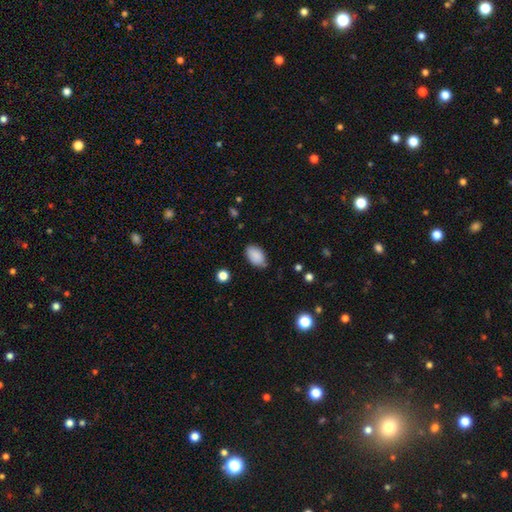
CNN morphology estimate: Smooth or featured: smooth — 89% (star or artifact — 7%)
How rounded: in between — 91% (round — 7%)
Merging: none — 79% (minor disturbance — 16%)